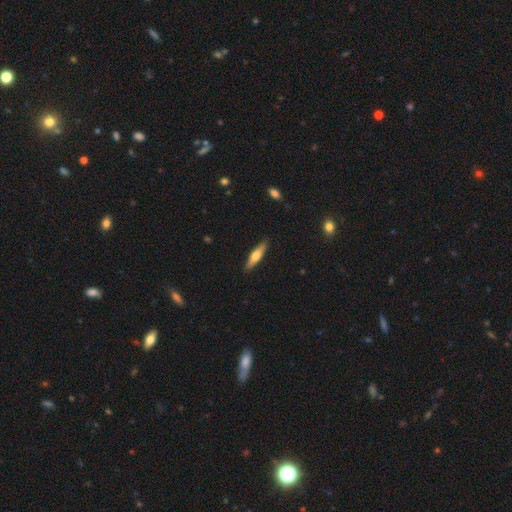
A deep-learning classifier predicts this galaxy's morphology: Smooth or featured? Predicted: smooth (p=0.57). How rounded? Predicted: cigar-shaped (p=0.76). Merging? Predicted: none (p=0.89).